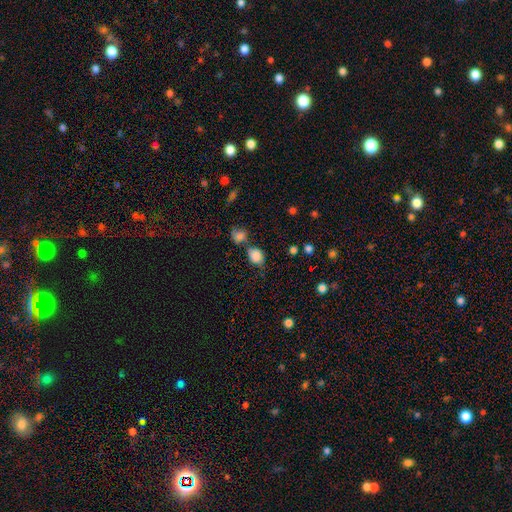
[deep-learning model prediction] Smooth or featured?
  - smooth: 83% *
  - star or artifact: 11%
  - featured or disk: 5%
How rounded?
  - in between: 58% *
  - round: 41%
  - cigar-shaped: 1%
Merging?
  - none: 55% *
  - minor disturbance: 20%
  - merger: 19%
  - major disturbance: 6%